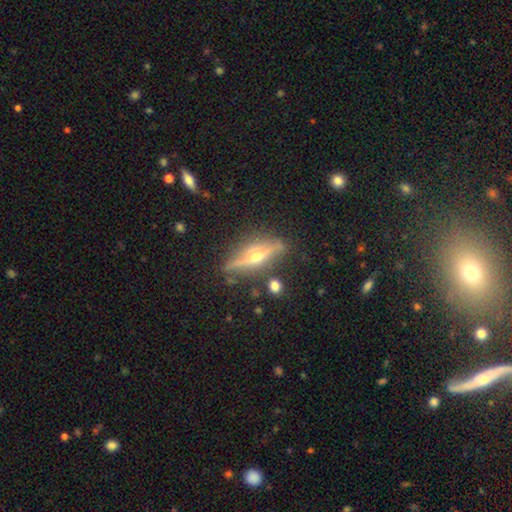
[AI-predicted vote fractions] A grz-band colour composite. It shows a featured or disk galaxy (76%) viewed edge-on (94%) with a rounded central bulge (93%). Merging: none (83%).